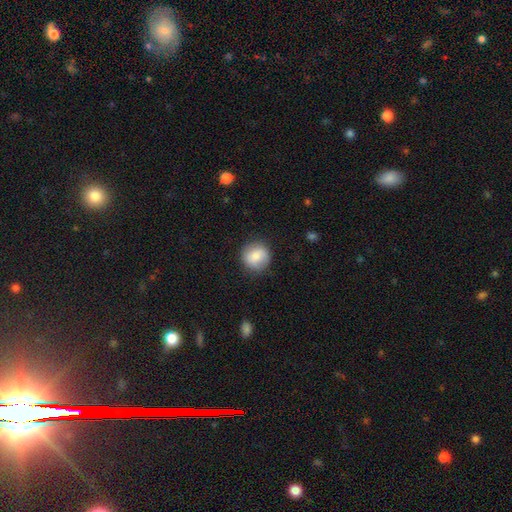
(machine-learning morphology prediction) Q: Smooth or featured?
A: smooth (81%); runner-up: featured or disk (12%)
Q: How rounded?
A: round (90%); runner-up: in between (9%)
Q: Merging?
A: none (85%); runner-up: minor disturbance (11%)